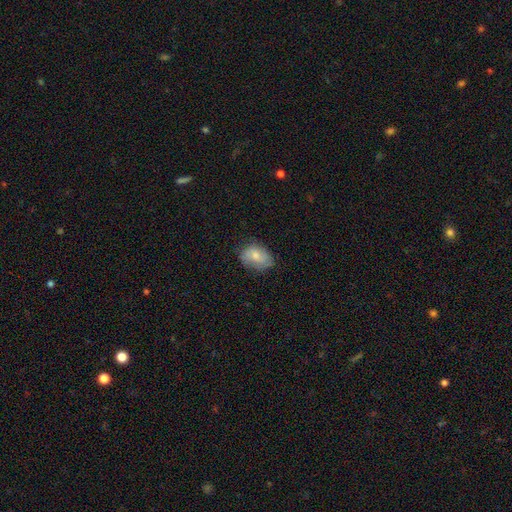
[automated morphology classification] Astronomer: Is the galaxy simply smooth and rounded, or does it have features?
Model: smooth — 68%.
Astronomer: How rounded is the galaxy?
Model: in between — 74%.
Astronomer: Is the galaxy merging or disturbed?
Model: none — 67%.